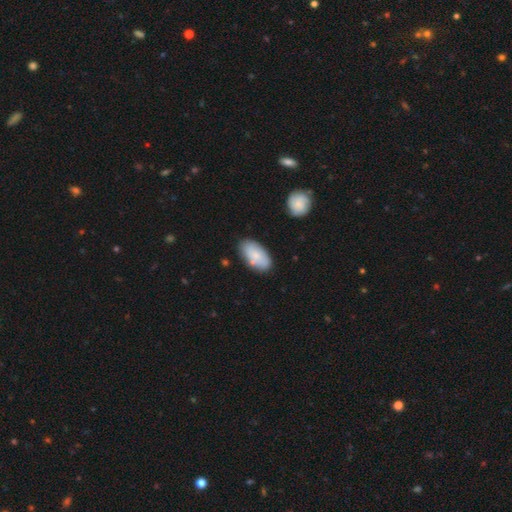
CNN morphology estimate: Q: Smooth or featured?
A: smooth (76%); runner-up: featured or disk (18%)
Q: How rounded?
A: in between (94%); runner-up: cigar-shaped (3%)
Q: Merging?
A: none (75%); runner-up: minor disturbance (15%)